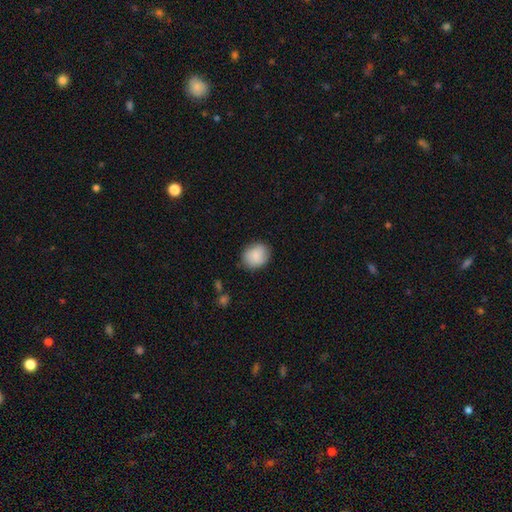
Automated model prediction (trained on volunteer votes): Smooth or featured? smooth (85%)
How rounded? round (56%)
Merging? none (81%)